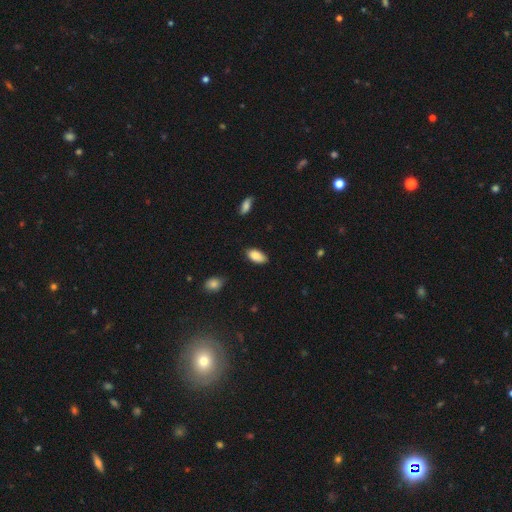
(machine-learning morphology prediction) Smooth or featured?
  - smooth: 86% *
  - star or artifact: 7%
  - featured or disk: 7%
How rounded?
  - in between: 93% *
  - cigar-shaped: 5%
  - round: 2%
Merging?
  - none: 81% *
  - minor disturbance: 15%
  - major disturbance: 2%
  - merger: 1%